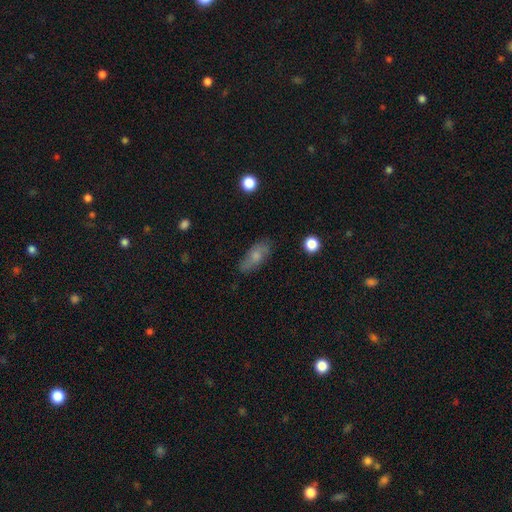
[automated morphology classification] This is likely a smooth galaxy (66%). How rounded: likely in between (77%). Merging: likely none (76%).